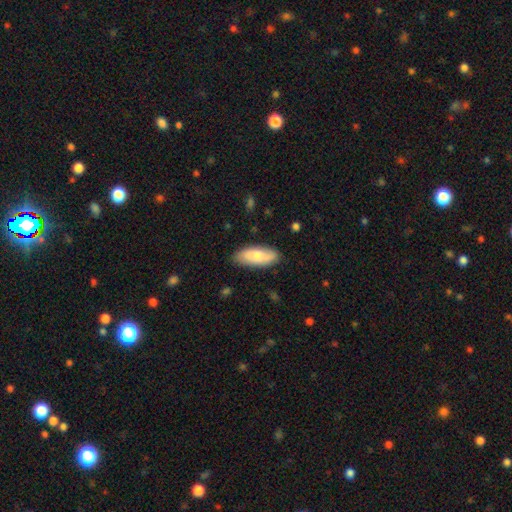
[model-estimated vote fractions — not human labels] A smooth galaxy with no disk features (70%) that is in between round and cigar-shaped (77%). Merging: none (86%).